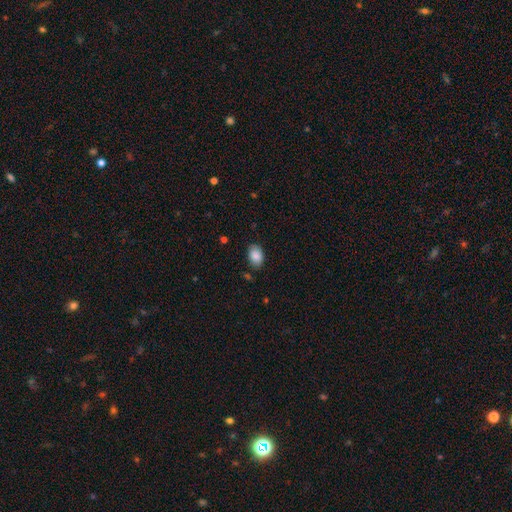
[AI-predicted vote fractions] This appears to be a smooth galaxy with no disk features (87%) that is in between round and cigar-shaped (85%). Merging: none (80%).